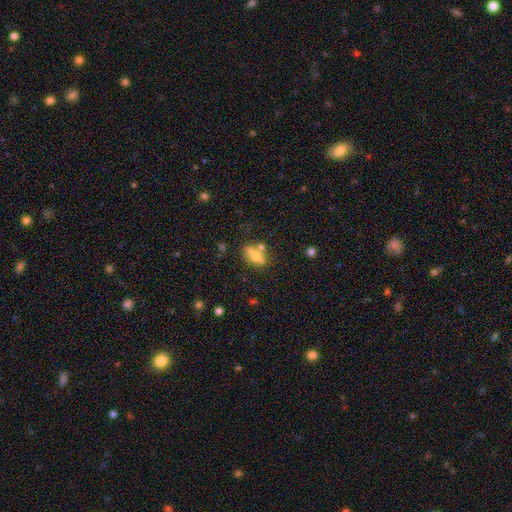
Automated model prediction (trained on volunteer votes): smooth_or_featured: smooth (p=0.56) [alt: featured or disk p=0.32]
how_rounded: in between (p=0.63) [alt: round p=0.32]
merging: none (p=0.49) [alt: merger p=0.31]